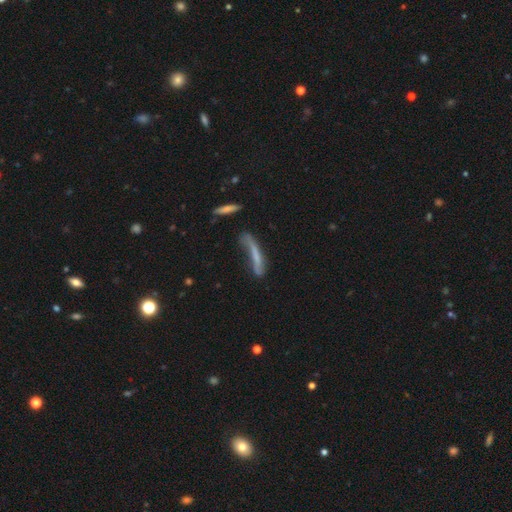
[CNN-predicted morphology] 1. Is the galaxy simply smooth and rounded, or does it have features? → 54% smooth, 36% featured or disk, 10% star or artifact.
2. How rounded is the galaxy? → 86% cigar-shaped, 12% in between, 2% round.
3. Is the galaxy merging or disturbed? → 34% none, 30% major disturbance, 26% minor disturbance, 10% merger.